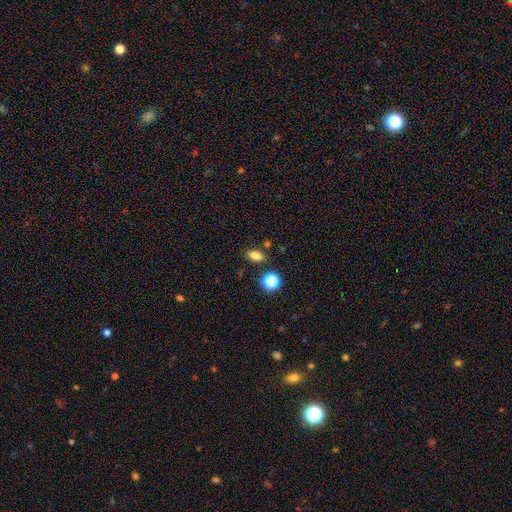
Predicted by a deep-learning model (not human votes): smooth 79%, star or artifact 14%, featured or disk 7%. Down the decision tree: how rounded — in between (78%); merging — none (82%).